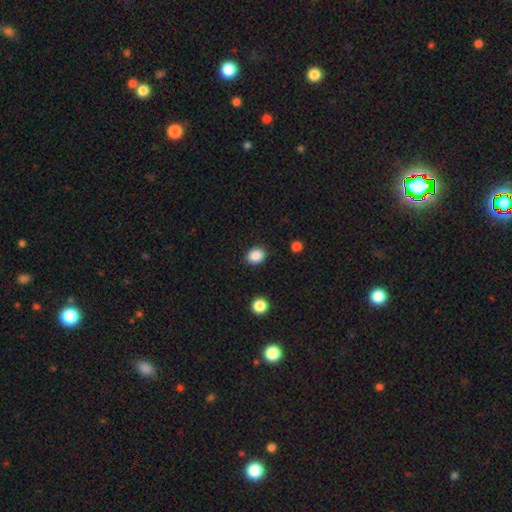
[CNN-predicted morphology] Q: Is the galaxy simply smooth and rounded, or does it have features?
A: smooth — 88%.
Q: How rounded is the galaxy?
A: round — 52%.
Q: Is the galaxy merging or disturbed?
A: none — 88%.